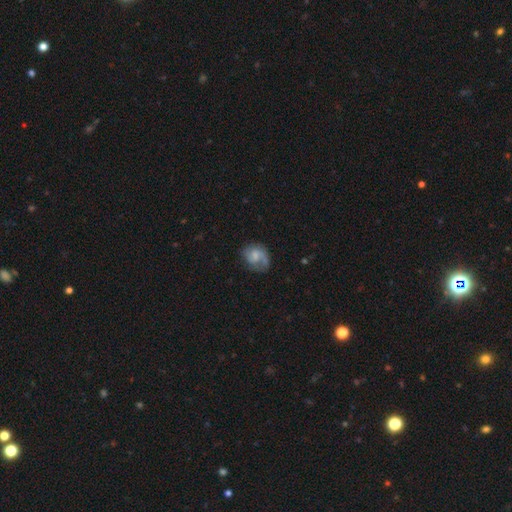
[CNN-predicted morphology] Q: Smooth or featured?
A: featured or disk (53%); runner-up: smooth (39%)
Q: Edge-on disk?
A: no (97%); runner-up: yes (3%)
Q: Bar?
A: no (54%); runner-up: weak (39%)
Q: Spiral arms?
A: yes (80%); runner-up: no (20%)
Q: Bulge size?
A: small (37%); runner-up: moderate (28%)
Q: Merging?
A: none (54%); runner-up: minor disturbance (25%)